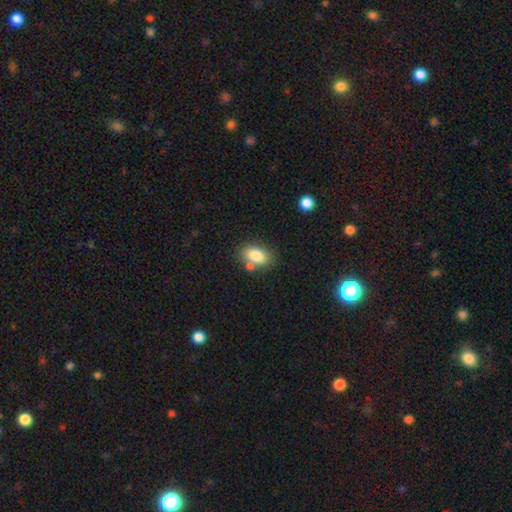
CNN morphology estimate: This appears to be a smooth galaxy with no disk features (82%) that is in between round and cigar-shaped (88%). Merging: none (66%).